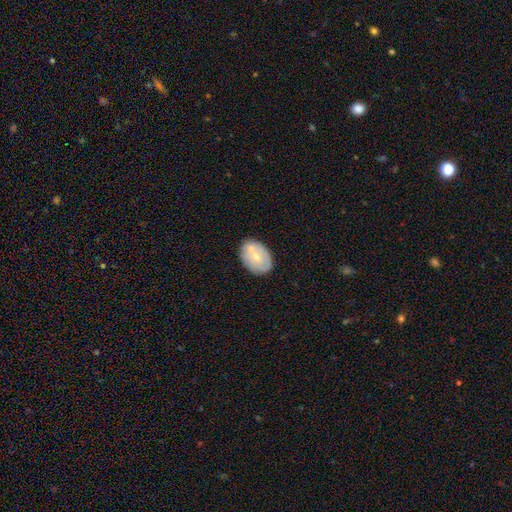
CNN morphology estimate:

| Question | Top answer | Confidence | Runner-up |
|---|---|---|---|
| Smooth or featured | smooth | 53% | featured or disk (41%) |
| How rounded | in between | 82% | round (17%) |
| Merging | none | 70% | minor disturbance (18%) |